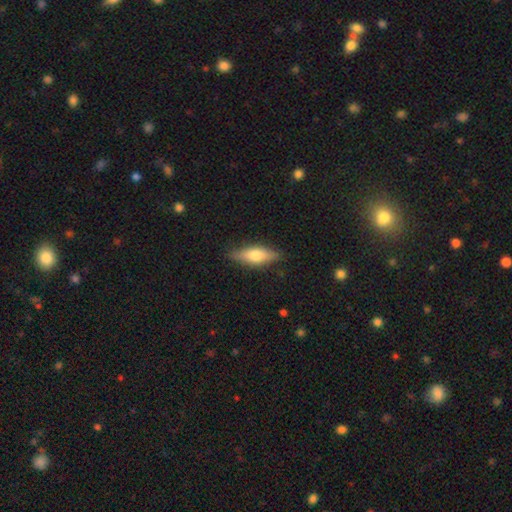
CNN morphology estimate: A smooth galaxy with no disk features (59%) that is in between round and cigar-shaped (55%). Merging: none (84%).